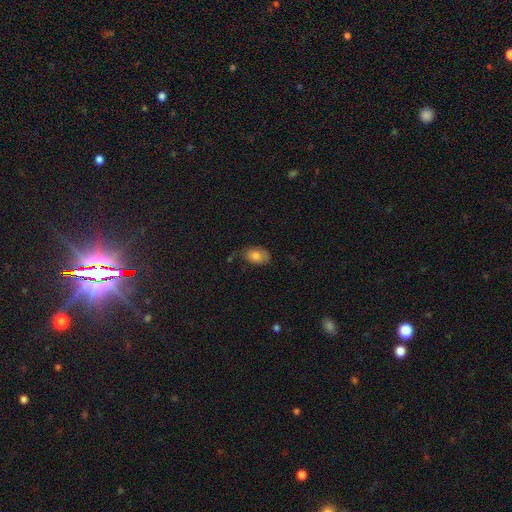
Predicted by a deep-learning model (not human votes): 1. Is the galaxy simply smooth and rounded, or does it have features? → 79% smooth, 13% featured or disk, 8% star or artifact.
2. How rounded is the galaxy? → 88% in between, 11% round, 1% cigar-shaped.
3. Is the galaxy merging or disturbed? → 57% none, 31% minor disturbance, 9% major disturbance, 3% merger.